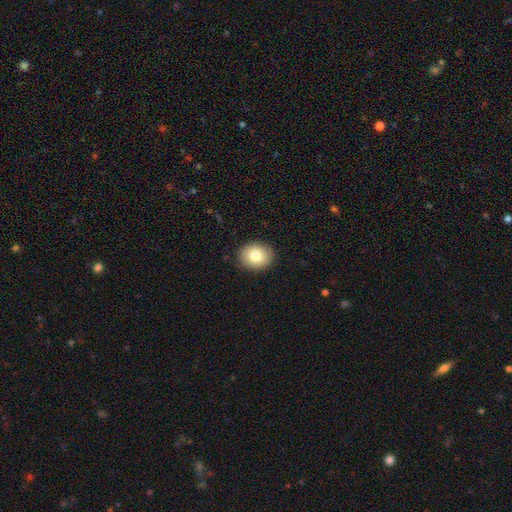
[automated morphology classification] Smooth or featured? Predicted: smooth (p=0.80). How rounded? Predicted: round (p=0.58). Merging? Predicted: none (p=0.89).